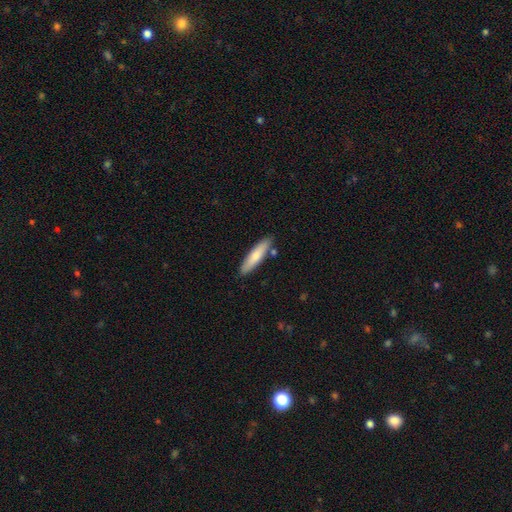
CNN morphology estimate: smooth_or_featured: smooth (p=0.73) [alt: featured or disk p=0.21]
how_rounded: cigar-shaped (p=0.76) [alt: in between p=0.23]
merging: none (p=0.83) [alt: minor disturbance p=0.11]